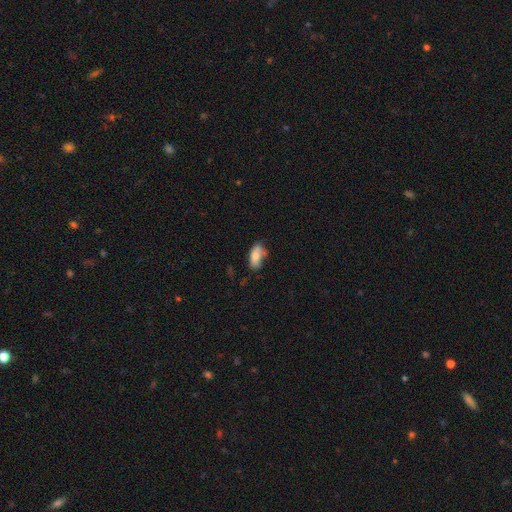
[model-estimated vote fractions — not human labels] Smooth or featured? Predicted: smooth (p=0.76). How rounded? Predicted: in between (p=0.88). Merging? Predicted: none (p=0.49).